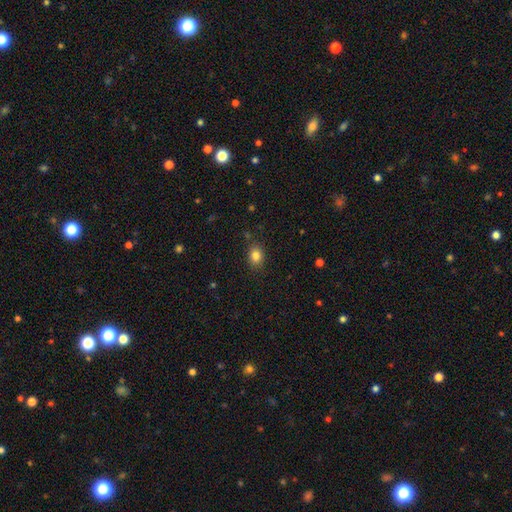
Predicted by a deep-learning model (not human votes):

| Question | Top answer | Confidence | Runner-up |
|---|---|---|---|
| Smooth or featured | smooth | 83% | star or artifact (11%) |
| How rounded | in between | 54% | round (45%) |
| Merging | none | 85% | minor disturbance (11%) |